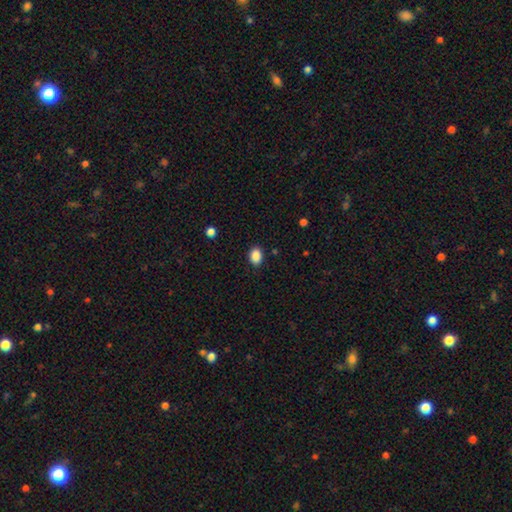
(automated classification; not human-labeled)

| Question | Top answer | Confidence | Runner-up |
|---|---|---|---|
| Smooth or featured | smooth | 88% | star or artifact (9%) |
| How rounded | in between | 75% | round (24%) |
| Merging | none | 88% | minor disturbance (9%) |